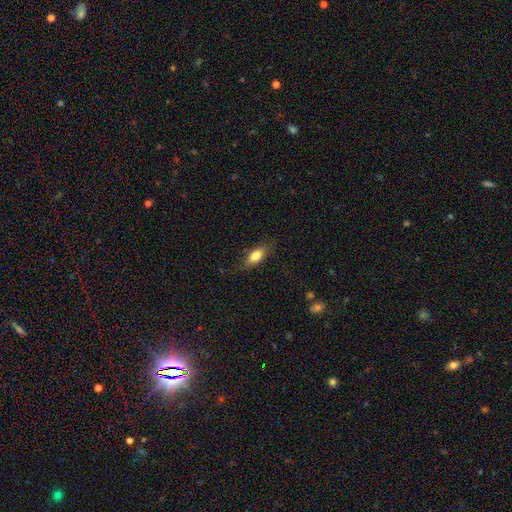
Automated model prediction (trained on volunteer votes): This appears to be a smooth galaxy with no disk features (79%) that is in between round and cigar-shaped (82%). Merging: none (78%).